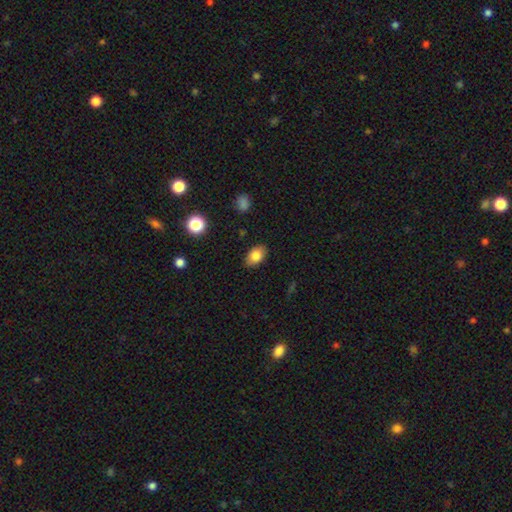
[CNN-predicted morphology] Smooth or featured? smooth (81%)
How rounded? in between (87%)
Merging? none (86%)